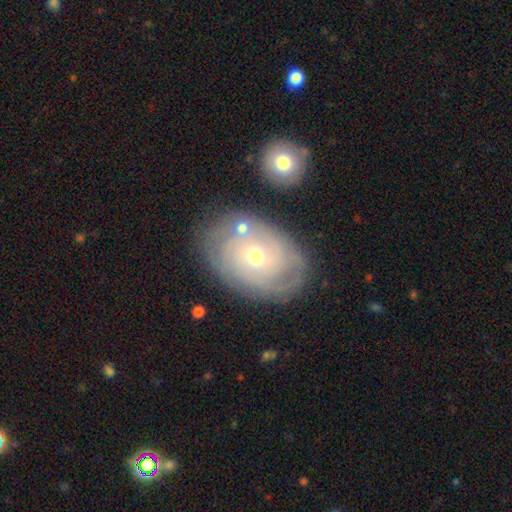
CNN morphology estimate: This is likely a featured or disk galaxy (71%). It is clearly not viewed edge-on (95%). Bar: clearly no (82%). Spiral arm pattern: likely yes (80%). Spiral arm count: possibly can't tell (53%). Spiral winding: likely tight (77%). Central bulge: possibly moderate (49%). Merging: likely none (74%).